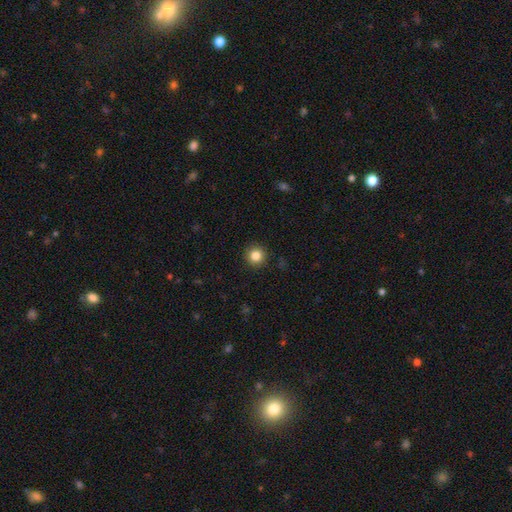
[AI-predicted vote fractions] Morphology: type=smooth (84%); roundness=round (95%); merging=none (92%).